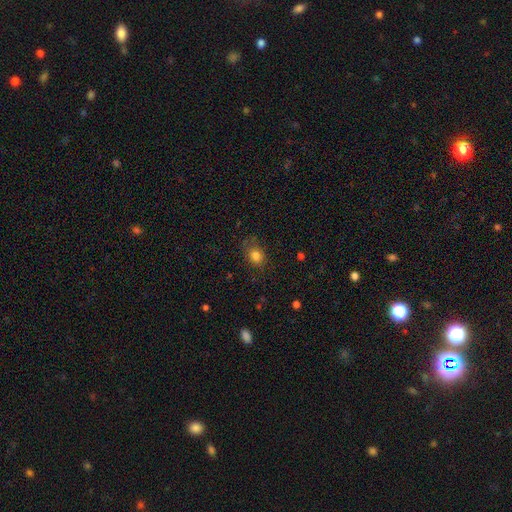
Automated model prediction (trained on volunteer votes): This is likely a smooth galaxy (80%). How rounded: possibly round (54%). Merging: likely none (70%).